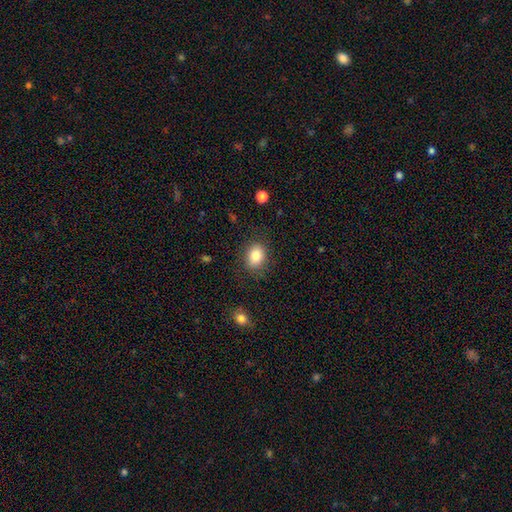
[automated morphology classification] A smooth galaxy with no disk features (85%) that is in between round and cigar-shaped (61%).

Vote fractions:
- Smooth or featured? smooth: 85% / star or artifact: 9% / featured or disk: 7%
- How rounded? in between: 61% / round: 38% / cigar-shaped: 1%
- Merging? none: 81% / minor disturbance: 13% / major disturbance: 4% / merger: 1%